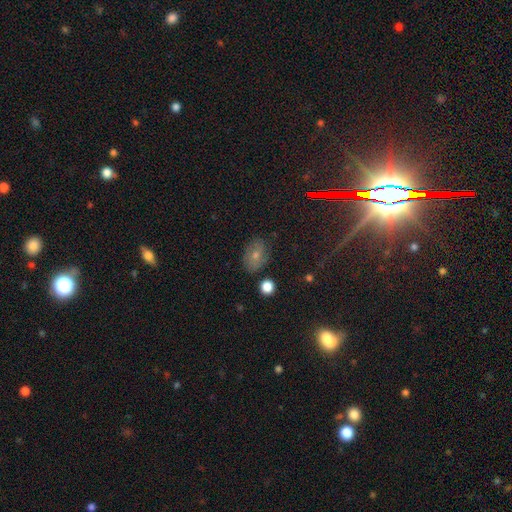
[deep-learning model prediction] This is possibly a smooth galaxy (59%). How rounded: likely in between (70%). Merging: likely none (74%).